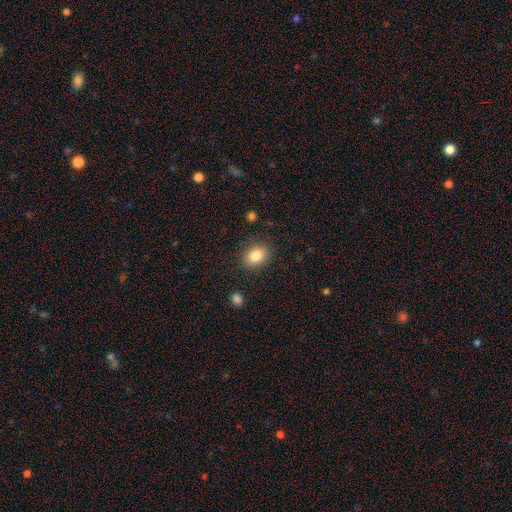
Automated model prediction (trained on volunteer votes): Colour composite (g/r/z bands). It shows a smooth galaxy with no disk features (83%) that is in between round and cigar-shaped (60%). Merging: none (86%).